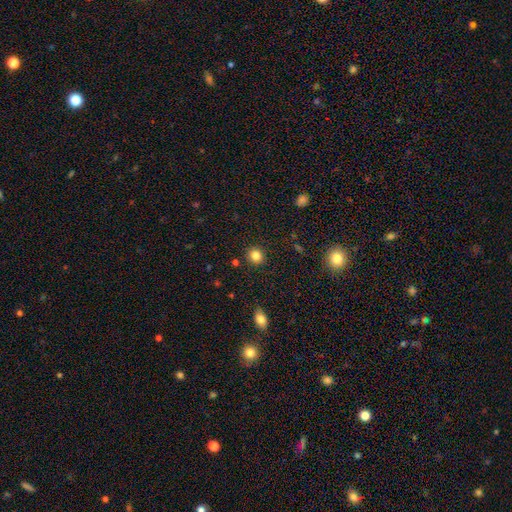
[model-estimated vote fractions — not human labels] Smooth or featured?
  - smooth: 84% *
  - star or artifact: 11%
  - featured or disk: 5%
How rounded?
  - round: 85% *
  - in between: 14%
  - cigar-shaped: 1%
Merging?
  - none: 89% *
  - minor disturbance: 7%
  - major disturbance: 2%
  - merger: 2%